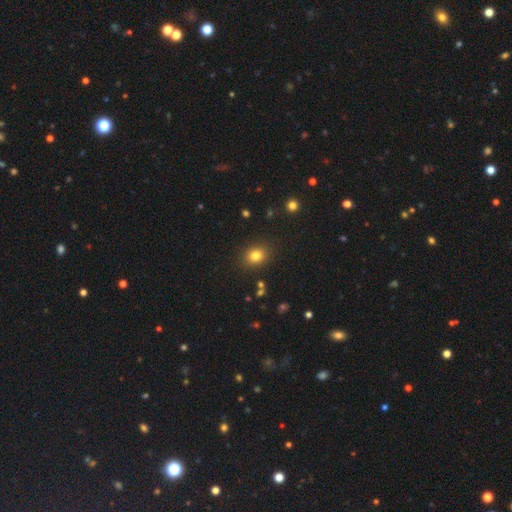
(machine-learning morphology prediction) smooth-or-featured: smooth: 80% | star or artifact: 13% | featured or disk: 7%
  how-rounded: round: 58% | in between: 41% | cigar-shaped: 1%
  merging: none: 87% | minor disturbance: 9% | major disturbance: 3% | merger: 2%